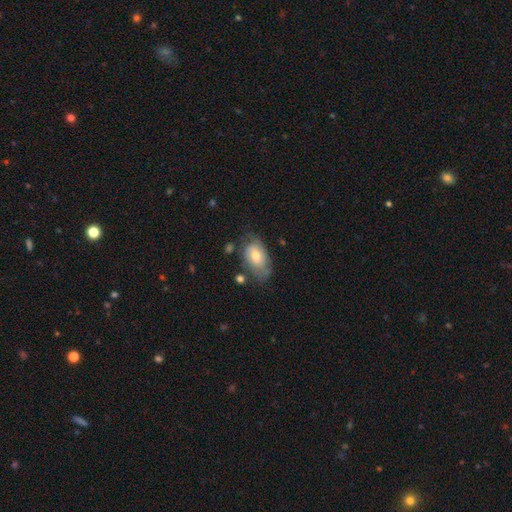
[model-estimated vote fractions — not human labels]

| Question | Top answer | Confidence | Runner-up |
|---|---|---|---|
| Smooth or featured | smooth | 54% | featured or disk (38%) |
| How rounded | in between | 89% | round (9%) |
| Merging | none | 55% | minor disturbance (29%) |